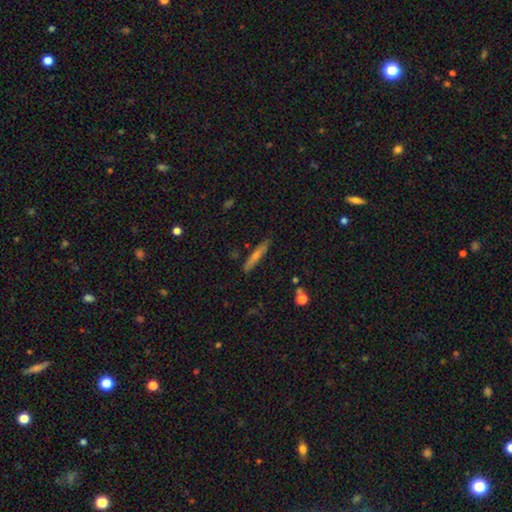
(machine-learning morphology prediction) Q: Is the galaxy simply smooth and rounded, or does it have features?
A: featured or disk — 47%.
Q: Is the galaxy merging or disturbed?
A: none — 87%.